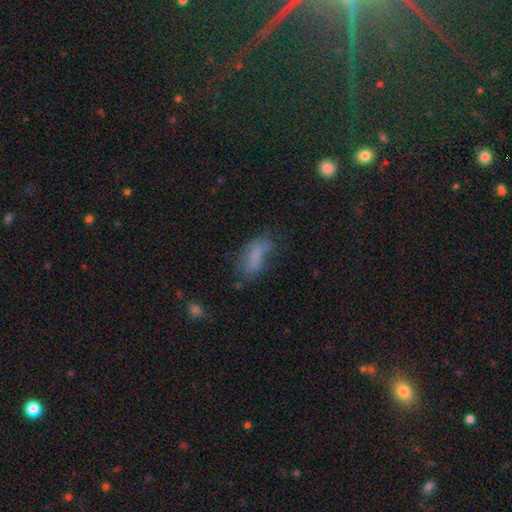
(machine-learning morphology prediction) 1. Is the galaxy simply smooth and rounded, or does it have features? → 64% smooth, 24% featured or disk, 12% star or artifact.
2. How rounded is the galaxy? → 82% in between, 13% cigar-shaped, 4% round.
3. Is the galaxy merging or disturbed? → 41% none, 29% minor disturbance, 24% major disturbance, 6% merger.